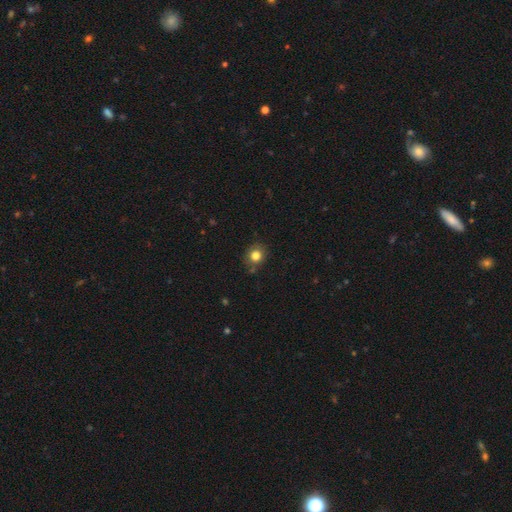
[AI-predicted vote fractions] smooth-or-featured: smooth: 82% | star or artifact: 11% | featured or disk: 7%
  how-rounded: round: 77% | in between: 22% | cigar-shaped: 1%
  merging: none: 80% | minor disturbance: 13% | merger: 3% | major disturbance: 3%